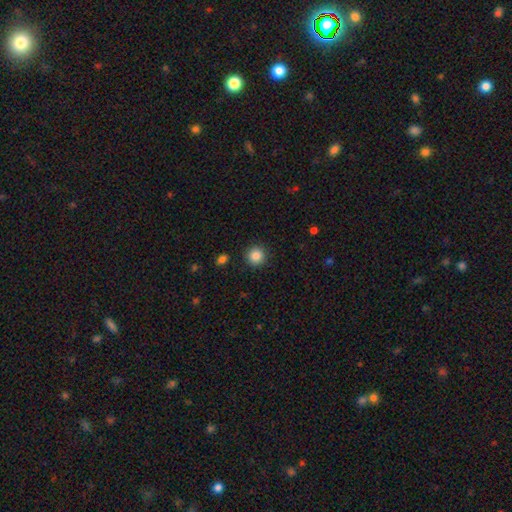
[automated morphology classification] type=smooth (85%); roundness=round (94%); merging=none (91%).